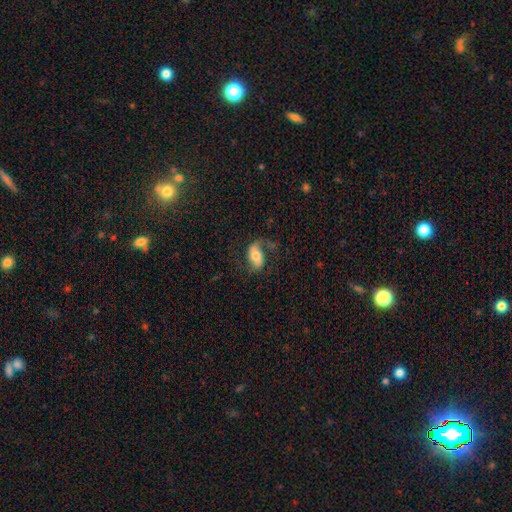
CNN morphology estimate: This is possibly a smooth galaxy (51%). How rounded: clearly in between (90%). Merging: possibly none (56%).